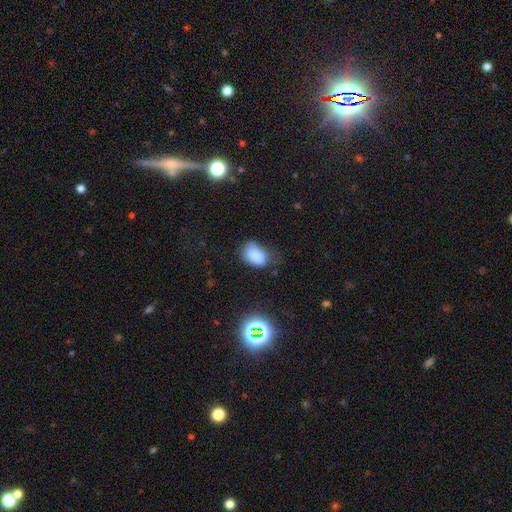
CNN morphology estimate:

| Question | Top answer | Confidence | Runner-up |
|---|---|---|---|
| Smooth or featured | smooth | 82% | star or artifact (11%) |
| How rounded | in between | 87% | round (12%) |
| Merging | none | 45% | minor disturbance (37%) |